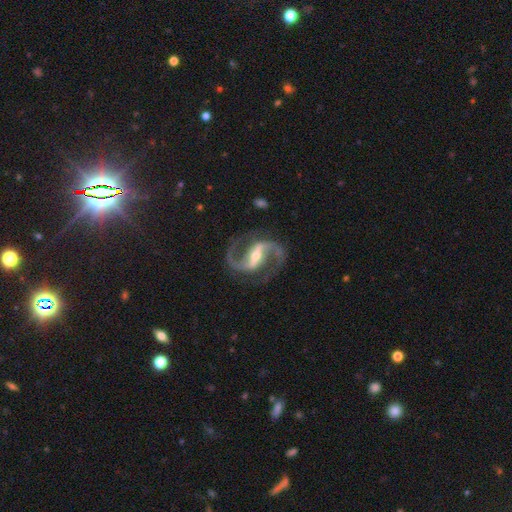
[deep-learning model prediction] featured or disk 93%, star or artifact 5%, smooth 2%. Down the decision tree: edge-on disk — no (98%); bar — strong (58%); spiral arms — yes (98%); spiral arm count — 2 (95%); spiral winding — medium (62%); bulge size — small (48%); merging — none (83%).